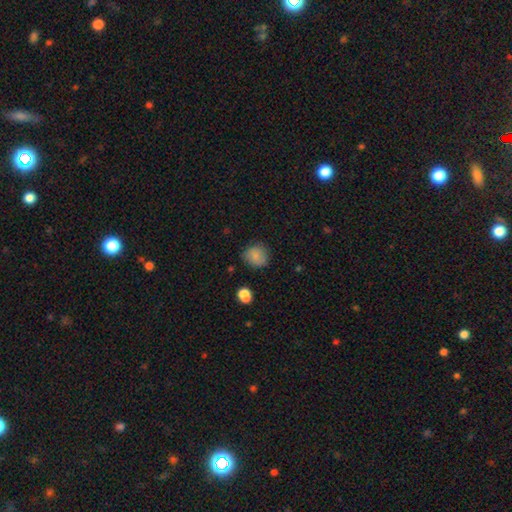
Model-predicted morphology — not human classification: smooth_or_featured: smooth (p=0.83) [alt: star or artifact p=0.09]
how_rounded: round (p=0.79) [alt: in between p=0.20]
merging: none (p=0.77) [alt: minor disturbance p=0.17]